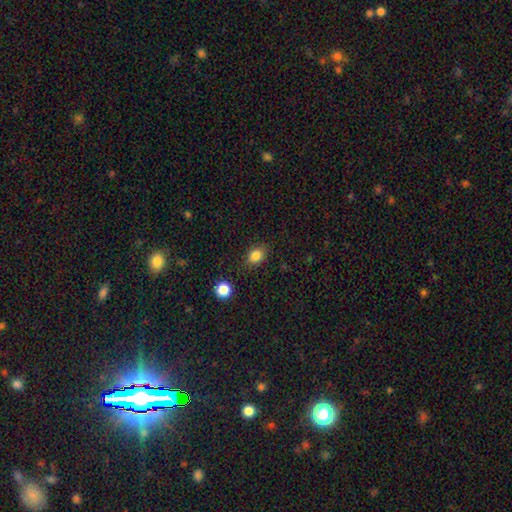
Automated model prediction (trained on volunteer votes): The model was most divided on "how rounded": in between: 59%, round: 40%, cigar-shaped: 1%. More confident: merging — none (84%); smooth or featured — smooth (83%).